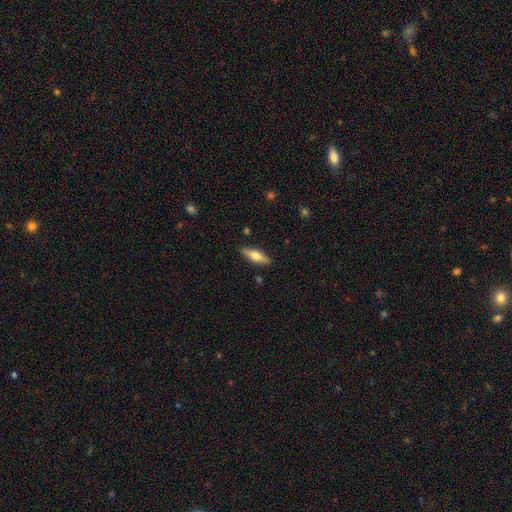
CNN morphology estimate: Smooth or featured?
  - smooth: 48% *
  - featured or disk: 46%
  - star or artifact: 6%
Merging?
  - none: 87% *
  - minor disturbance: 9%
  - major disturbance: 2%
  - merger: 1%